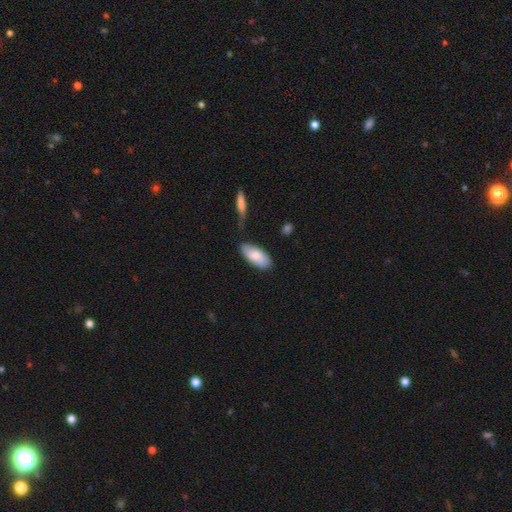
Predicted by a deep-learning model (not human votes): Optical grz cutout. It shows a smooth galaxy with no disk features (79%) that is in between round and cigar-shaped (88%). Merging: none (74%).